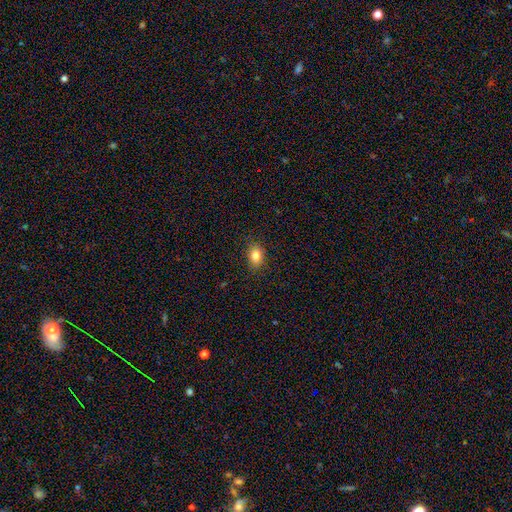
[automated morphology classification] Overall: smooth (82%). How rounded: in between (73%). Merging: none (86%).